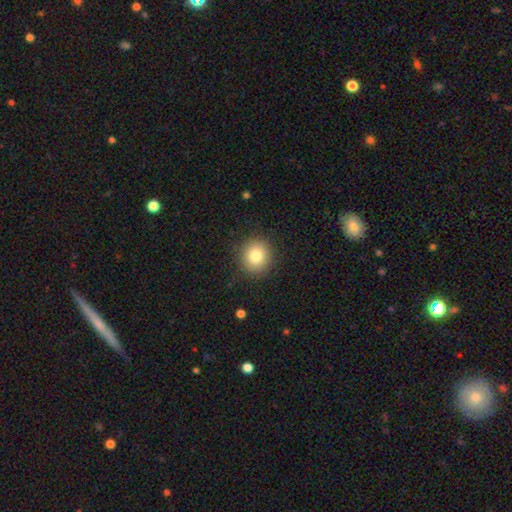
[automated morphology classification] The model was most divided on "how rounded": round: 84%, in between: 15%, cigar-shaped: 1%. More confident: merging — none (89%); smooth or featured — smooth (82%).